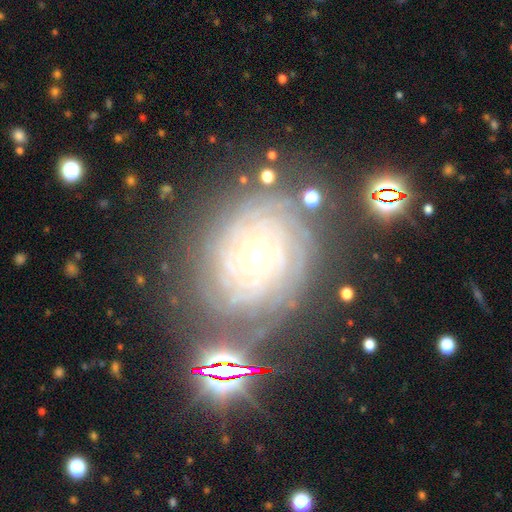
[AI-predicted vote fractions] Smooth or featured?
  - featured or disk: 83% *
  - star or artifact: 10%
  - smooth: 7%
Edge-on disk?
  - no: 97% *
  - yes: 3%
Bar?
  - no: 76% *
  - weak: 17%
  - strong: 6%
Spiral arms?
  - yes: 97% *
  - no: 3%
Spiral winding?
  - tight: 84% *
  - medium: 13%
  - loose: 3%
Spiral arm count?
  - can't tell: 31% *
  - more than 4: 26%
  - 4: 18%
  - 3: 10%
  - 2: 8%
  - 1: 7%
Bulge size?
  - small: 54% *
  - moderate: 42%
  - large: 2%
  - none: 1%
  - dominant: 1%
Merging?
  - none: 76% *
  - minor disturbance: 14%
  - major disturbance: 6%
  - merger: 3%